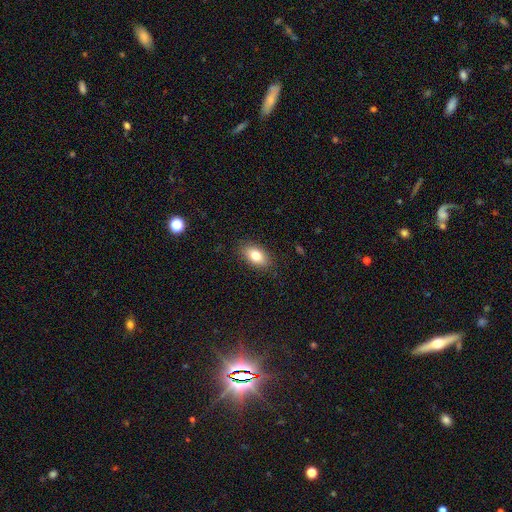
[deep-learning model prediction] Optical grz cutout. It shows a smooth galaxy with no disk features (81%) that is in between round and cigar-shaped (90%). Merging: none (87%).